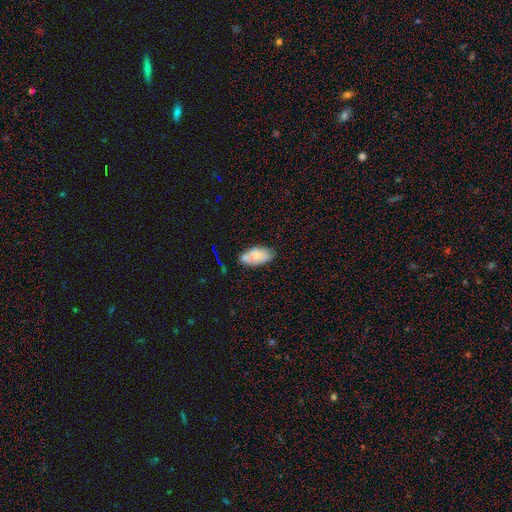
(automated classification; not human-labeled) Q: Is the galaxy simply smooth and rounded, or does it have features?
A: smooth — 66%.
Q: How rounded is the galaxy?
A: in between — 92%.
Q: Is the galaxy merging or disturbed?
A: none — 54%.